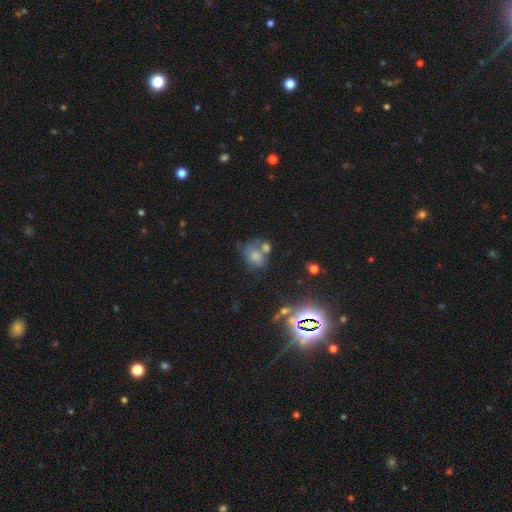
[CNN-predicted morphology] Smooth or featured?
  - smooth: 61% *
  - featured or disk: 22%
  - star or artifact: 17%
How rounded?
  - in between: 56% *
  - round: 43%
  - cigar-shaped: 1%
Merging?
  - merger: 36% *
  - none: 32%
  - minor disturbance: 19%
  - major disturbance: 13%